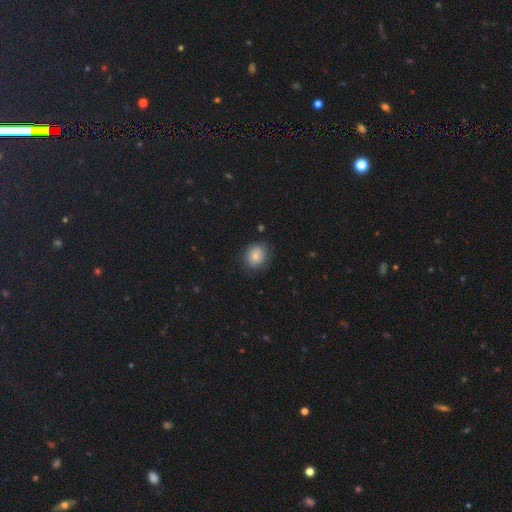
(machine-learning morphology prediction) smooth_or_featured: smooth (p=0.78) [alt: featured or disk p=0.12]
how_rounded: round (p=0.70) [alt: in between p=0.29]
merging: none (p=0.79) [alt: minor disturbance p=0.15]